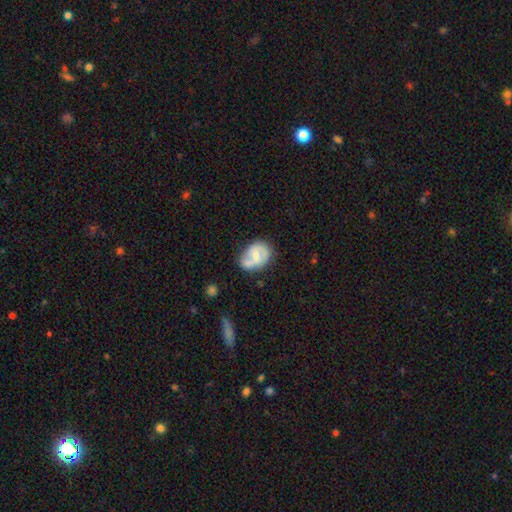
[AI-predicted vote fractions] This appears to be a featured or disk galaxy (56%) with no bar (46%), spiral arms (66%) and a small central bulge (48%). Merging: none (51%).